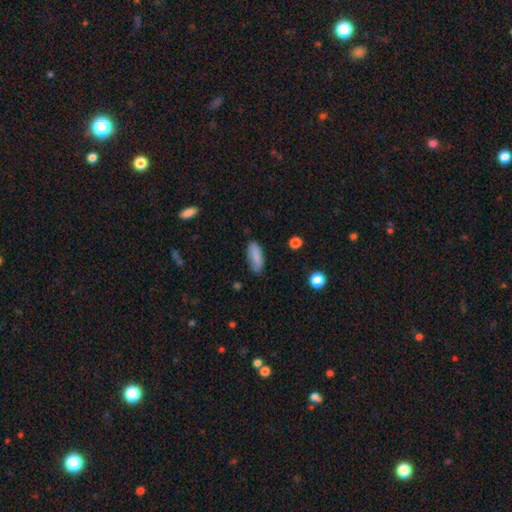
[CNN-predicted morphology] This appears to be a smooth galaxy with no disk features (85%) that is in between round and cigar-shaped (76%). Merging: none (81%).